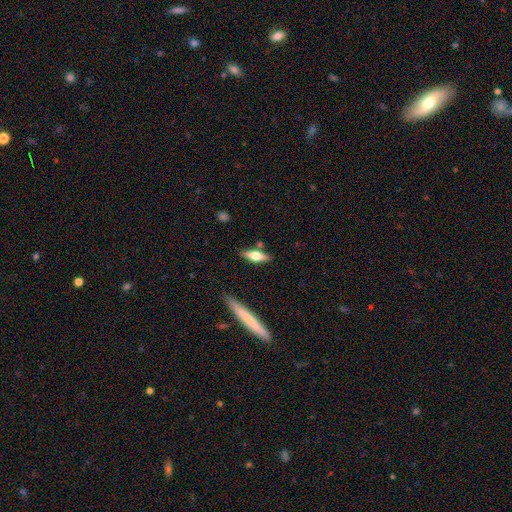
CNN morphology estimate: A smooth galaxy with no disk features (50%).

Vote fractions:
- Smooth or featured? smooth: 50% / featured or disk: 44% / star or artifact: 6%
- Merging? none: 80% / minor disturbance: 11% / merger: 6% / major disturbance: 3%